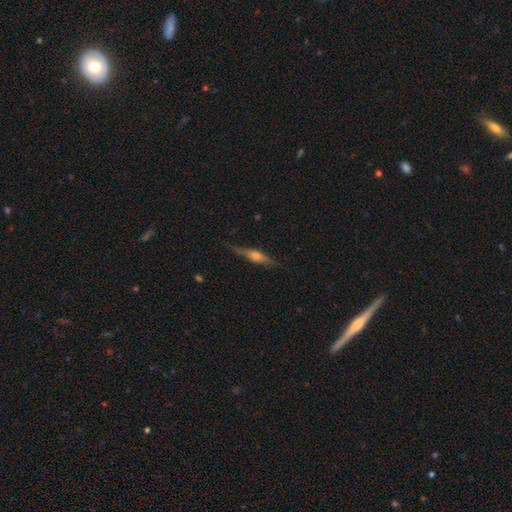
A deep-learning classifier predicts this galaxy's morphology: Smooth or featured? Predicted: featured or disk (p=0.63). Edge-on disk? Predicted: yes (p=0.96). Edge-on bulge? Predicted: rounded (p=0.80). Merging? Predicted: none (p=0.79).